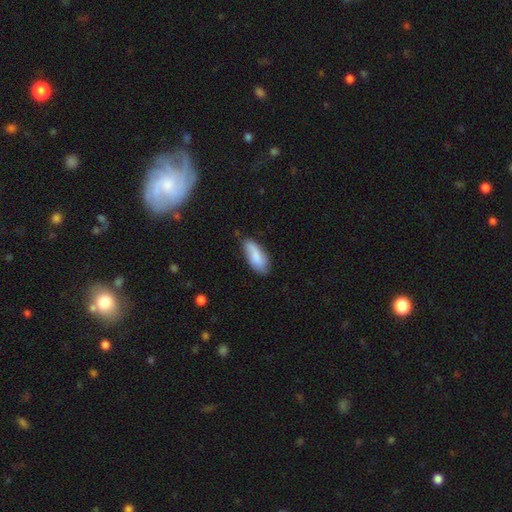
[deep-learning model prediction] smooth 81%, featured or disk 13%, star or artifact 6%. Down the decision tree: how rounded — in between (82%); merging — none (68%).